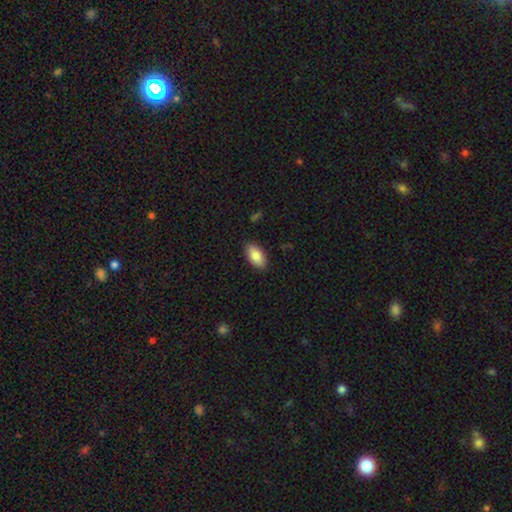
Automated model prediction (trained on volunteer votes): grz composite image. It shows a smooth galaxy with no disk features (85%) that is in between round and cigar-shaped (92%). Merging: none (88%).